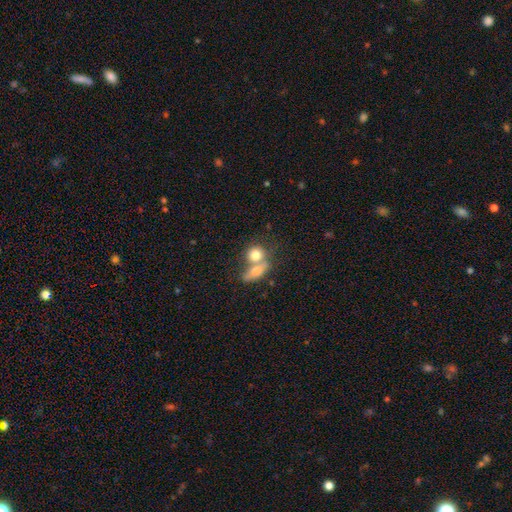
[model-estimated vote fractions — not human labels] Smooth or featured? smooth (78%)
How rounded? round (65%)
Merging? merger (52%)